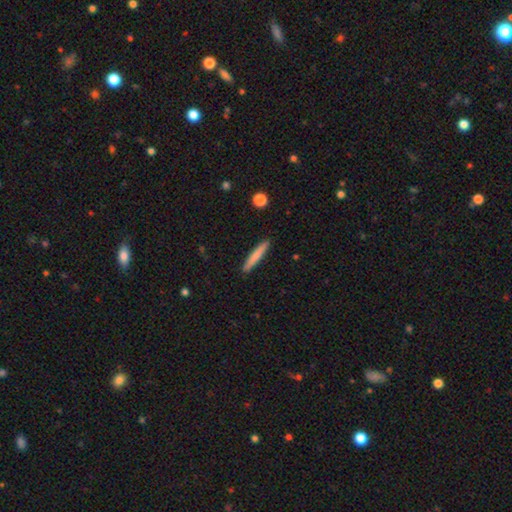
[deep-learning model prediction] smooth 75%, featured or disk 19%, star or artifact 5%. Down the decision tree: how rounded — cigar-shaped (95%); merging — none (91%).